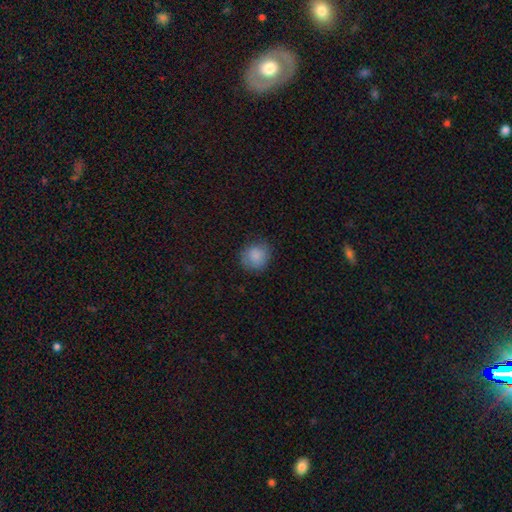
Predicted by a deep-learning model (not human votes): smooth-or-featured: smooth: 86% | star or artifact: 8% | featured or disk: 7%
  how-rounded: round: 84% | in between: 15% | cigar-shaped: 1%
  merging: none: 81% | minor disturbance: 15% | major disturbance: 4% | merger: 1%